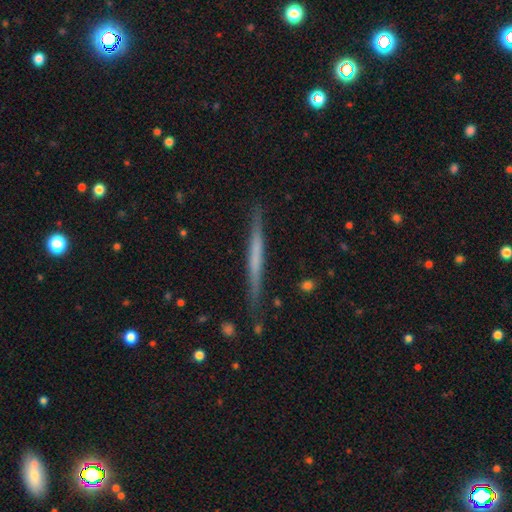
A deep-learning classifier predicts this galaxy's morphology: A featured or disk galaxy (54%) viewed edge-on (97%) with no central bulge (84%).

Vote fractions:
- Smooth or featured? featured or disk: 54% / smooth: 40% / star or artifact: 6%
- Edge-on disk? yes: 97% / no: 3%
- Edge-on bulge? none: 84% / rounded: 9% / boxy: 7%
- Merging? none: 88% / minor disturbance: 9% / major disturbance: 2% / merger: 2%